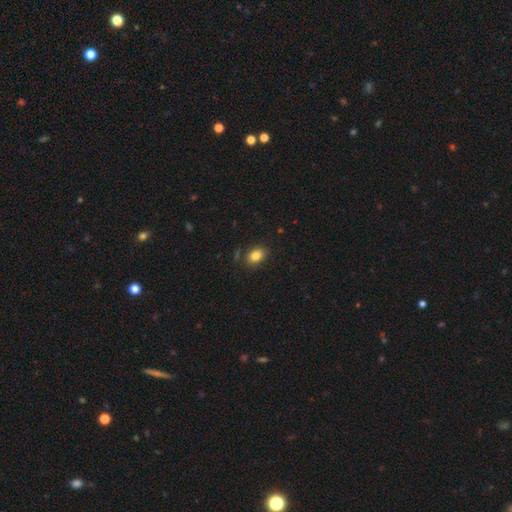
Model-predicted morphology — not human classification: The model was most divided on "how rounded": in between: 76%, round: 22%, cigar-shaped: 1%. More confident: smooth or featured — smooth (83%); merging — none (81%).